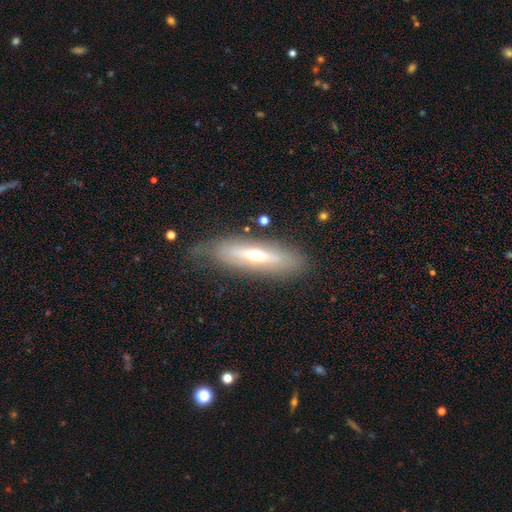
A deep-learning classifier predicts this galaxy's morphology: type=featured or disk (52%); edge-on=yes (67%); merging=none (73%).